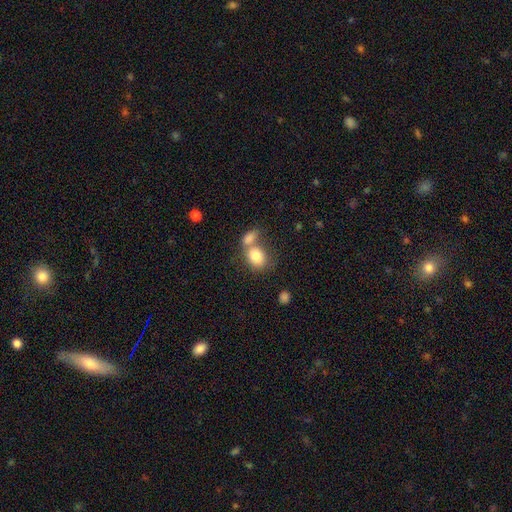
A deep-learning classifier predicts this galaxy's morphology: smooth 82%, featured or disk 10%, star or artifact 8%. Down the decision tree: how rounded — in between (60%); merging — merger (50%).